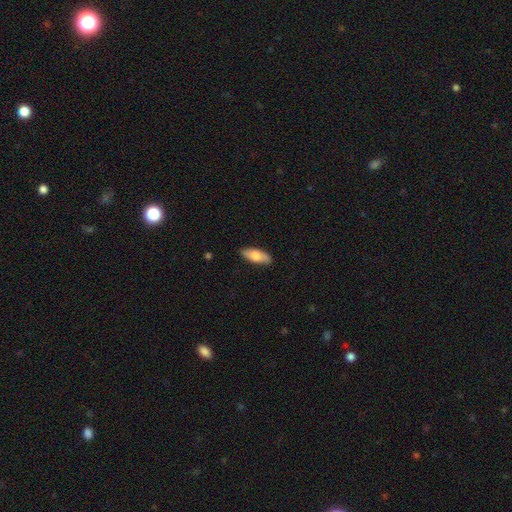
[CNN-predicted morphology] Q: Smooth or featured?
A: smooth (75%); runner-up: featured or disk (19%)
Q: How rounded?
A: in between (75%); runner-up: cigar-shaped (22%)
Q: Merging?
A: none (86%); runner-up: minor disturbance (11%)